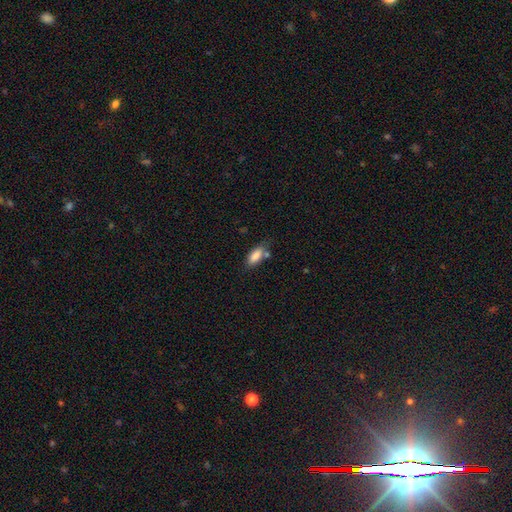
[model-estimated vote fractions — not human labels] Smooth or featured?
  - smooth: 85% *
  - featured or disk: 8%
  - star or artifact: 7%
How rounded?
  - in between: 79% *
  - cigar-shaped: 18%
  - round: 2%
Merging?
  - none: 63% *
  - minor disturbance: 20%
  - merger: 12%
  - major disturbance: 5%